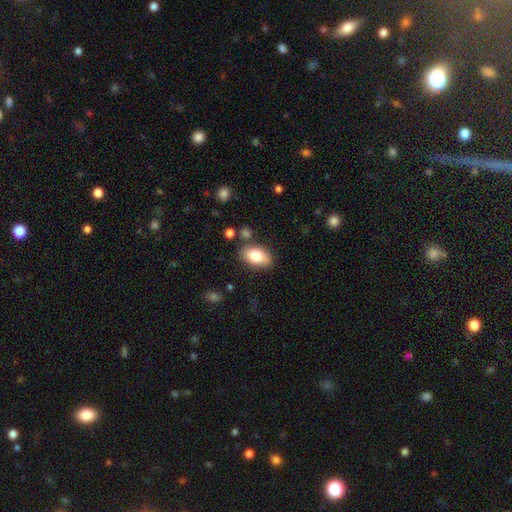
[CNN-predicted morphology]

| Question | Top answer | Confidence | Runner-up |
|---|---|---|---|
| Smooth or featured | smooth | 79% | featured or disk (14%) |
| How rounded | in between | 92% | round (6%) |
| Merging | none | 81% | minor disturbance (12%) |